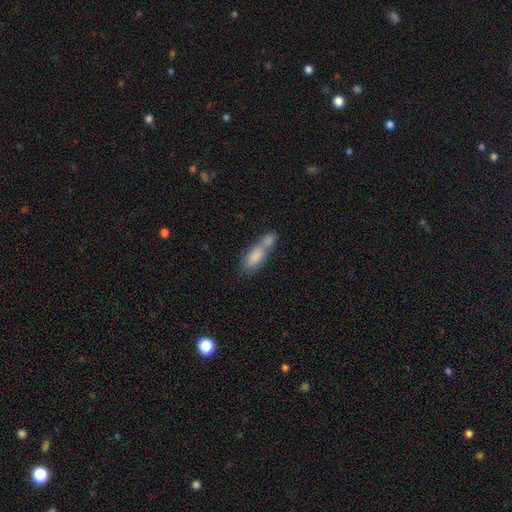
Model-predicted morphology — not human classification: This is likely a smooth galaxy (79%). How rounded: likely in between (67%). Merging: possibly merger (60%).